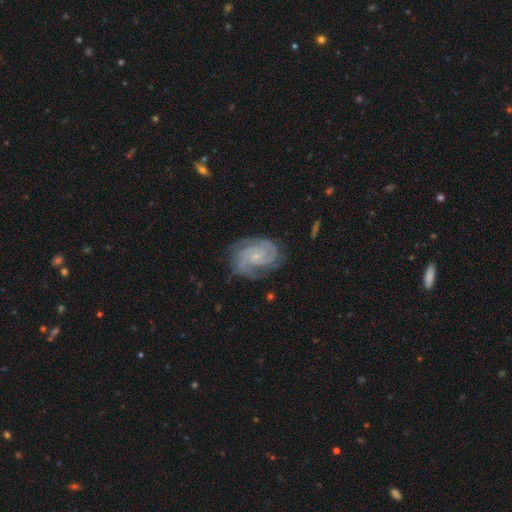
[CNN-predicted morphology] type=featured or disk (90%); edge-on=no (98%); bar=no (69%); spiral arms=yes (98%); winding=tight (66%); arm count=3 (34%); bulge=small (79%); merging=none (73%).